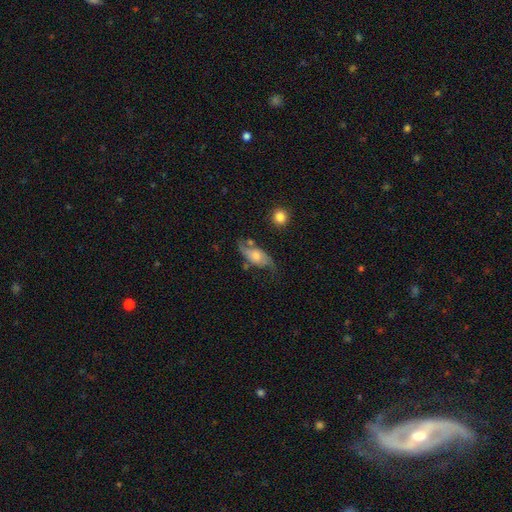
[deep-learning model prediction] Overall: featured or disk (64%; smooth 29%). Edge-on disk: no (90%). Bar: no (67%; weak 27%). Spiral arms: yes (88%). Spiral arm count: 2 (86%). Spiral winding: loose (58%; medium 32%). Bulge size: moderate (48%; small 29%). Merging: none (56%; minor disturbance 25%).